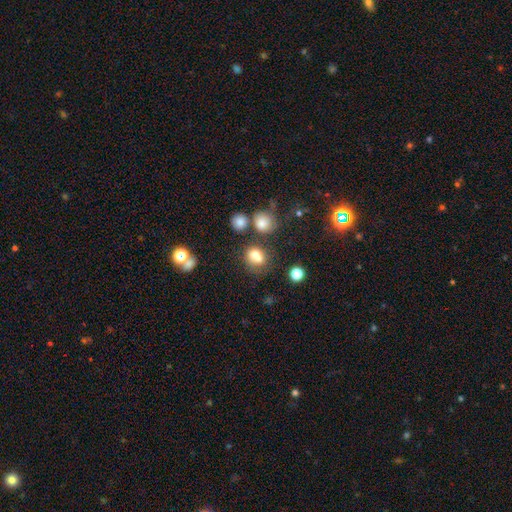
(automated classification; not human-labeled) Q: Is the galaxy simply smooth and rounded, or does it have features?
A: smooth — 77%.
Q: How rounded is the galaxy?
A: round — 53%.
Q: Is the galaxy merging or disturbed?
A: none — 55%.